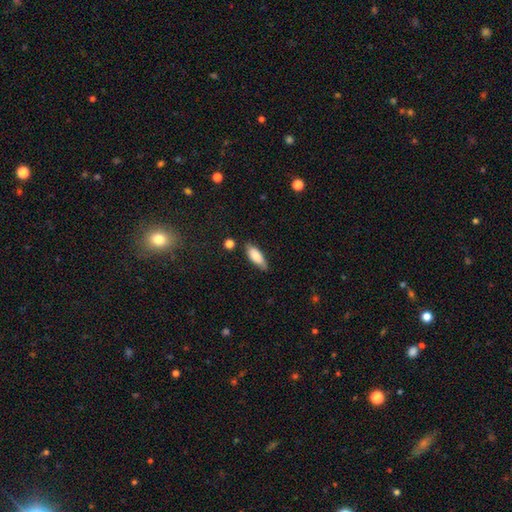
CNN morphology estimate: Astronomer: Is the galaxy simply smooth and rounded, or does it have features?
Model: smooth — 80%.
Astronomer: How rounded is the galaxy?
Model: in between — 75%.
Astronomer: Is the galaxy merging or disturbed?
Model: none — 71%.